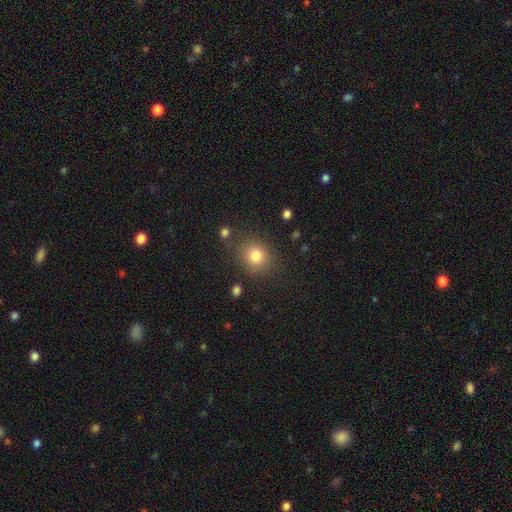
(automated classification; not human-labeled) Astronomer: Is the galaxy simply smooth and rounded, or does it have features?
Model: smooth — 81%.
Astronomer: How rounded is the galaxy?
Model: round — 76%.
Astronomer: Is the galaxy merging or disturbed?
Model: none — 81%.